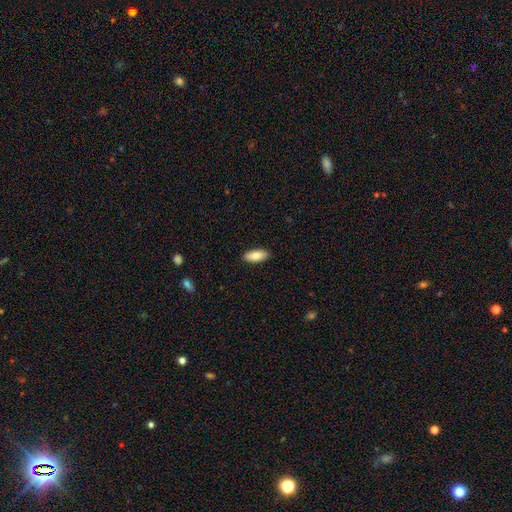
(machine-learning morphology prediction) Smooth or featured? smooth (83%)
How rounded? in between (86%)
Merging? none (90%)